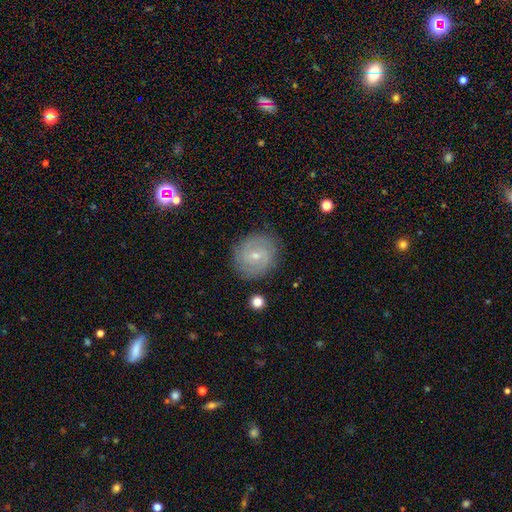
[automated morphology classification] Smooth or featured? Predicted: featured or disk (p=0.70). Edge-on disk? Predicted: no (p=0.97). Bar? Predicted: weak (p=0.48). Spiral arms? Predicted: yes (p=0.89). Spiral winding? Predicted: tight (p=0.54). Spiral arm count? Predicted: 2 (p=0.58). Bulge size? Predicted: small (p=0.69). Merging? Predicted: none (p=0.84).